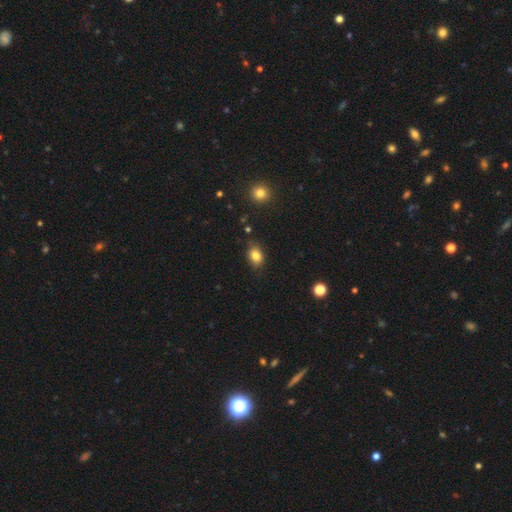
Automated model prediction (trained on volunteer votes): smooth_or_featured: smooth (p=0.83) [alt: star or artifact p=0.10]
how_rounded: in between (p=0.74) [alt: round p=0.24]
merging: none (p=0.79) [alt: minor disturbance p=0.17]